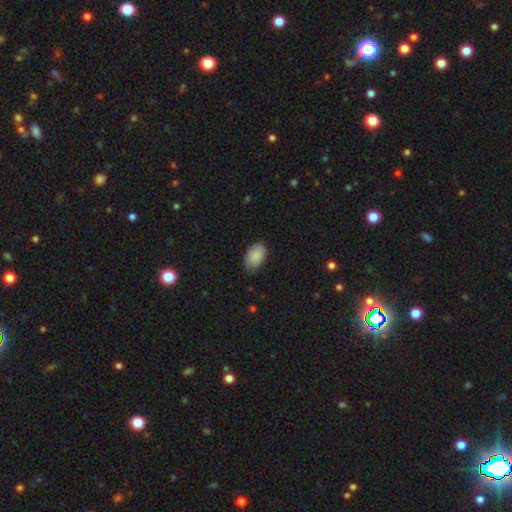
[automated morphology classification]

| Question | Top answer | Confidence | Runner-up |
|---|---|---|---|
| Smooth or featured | smooth | 88% | star or artifact (7%) |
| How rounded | in between | 92% | round (7%) |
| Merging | none | 75% | minor disturbance (20%) |